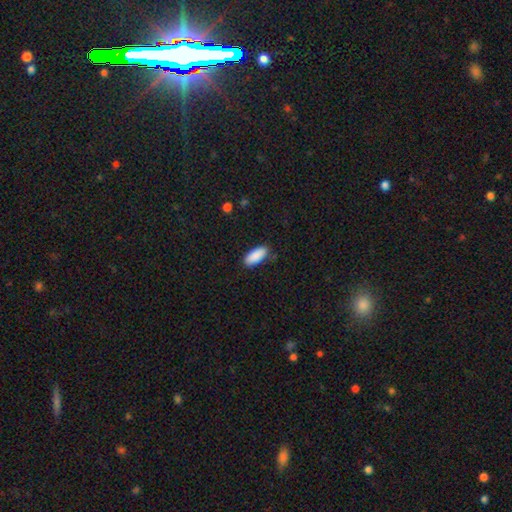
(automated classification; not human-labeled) A smooth galaxy with no disk features (90%) that is in between round and cigar-shaped (87%). Merging: none (83%).